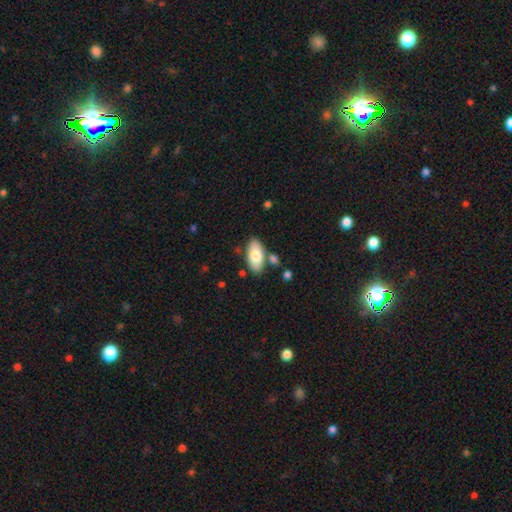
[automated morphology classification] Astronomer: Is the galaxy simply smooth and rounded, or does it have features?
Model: smooth — 76%.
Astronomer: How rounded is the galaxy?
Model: in between — 93%.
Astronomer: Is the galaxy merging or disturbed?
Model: none — 79%.